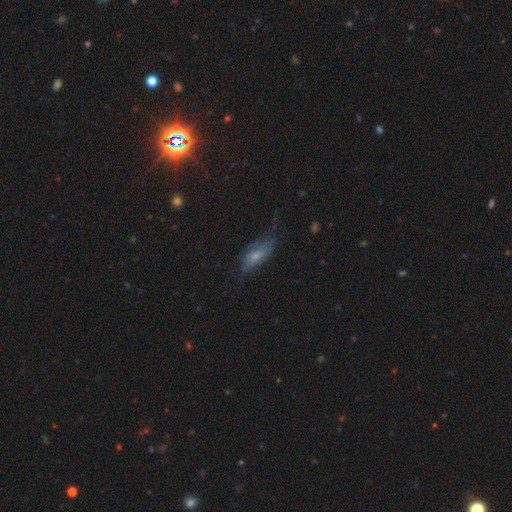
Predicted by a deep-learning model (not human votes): This appears to be a smooth galaxy with no disk features (61%) that is in between round and cigar-shaped (76%). Merging: none (43%).